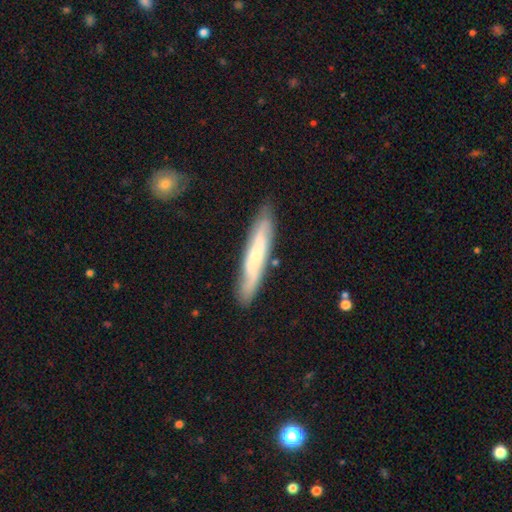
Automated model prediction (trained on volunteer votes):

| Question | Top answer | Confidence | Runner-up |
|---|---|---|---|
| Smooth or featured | featured or disk | 51% | smooth (43%) |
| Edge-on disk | yes | 56% | no (44%) |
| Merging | none | 82% | minor disturbance (13%) |